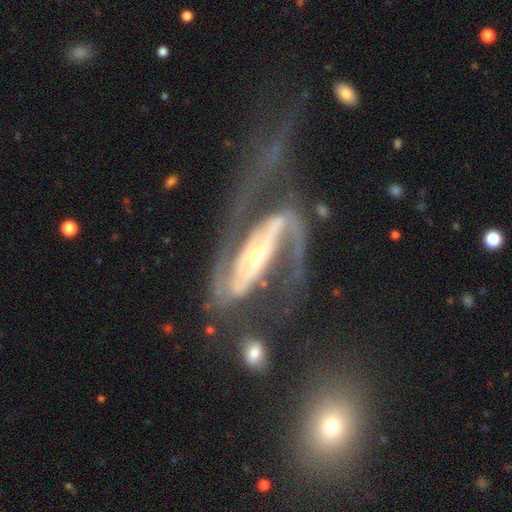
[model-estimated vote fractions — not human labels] This appears to be a featured or disk galaxy (90%) with a strong bar (55%), 2 (81%) medium (46%) spiral arms (95%) and a small central bulge (48%). Merging: major disturbance (45%).